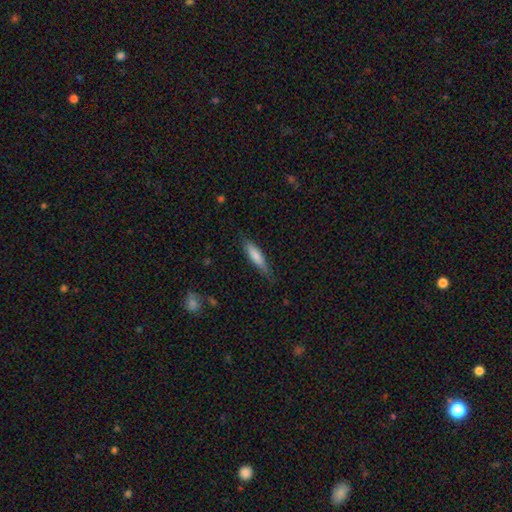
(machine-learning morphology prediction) smooth 77%, featured or disk 18%, star or artifact 6%. Down the decision tree: how rounded — cigar-shaped (74%); merging — none (73%).